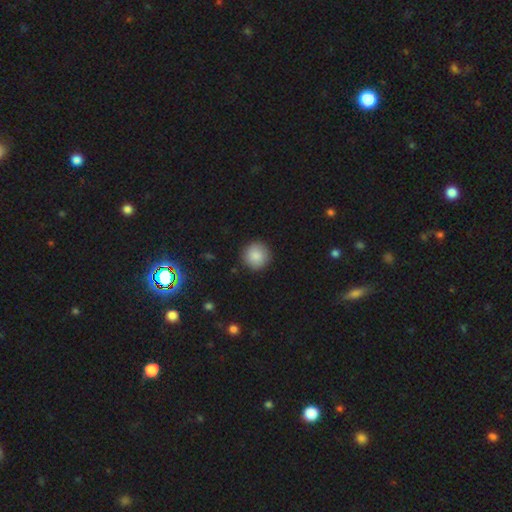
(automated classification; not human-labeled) This is clearly a smooth galaxy (87%). How rounded: clearly round (95%). Merging: clearly none (91%).